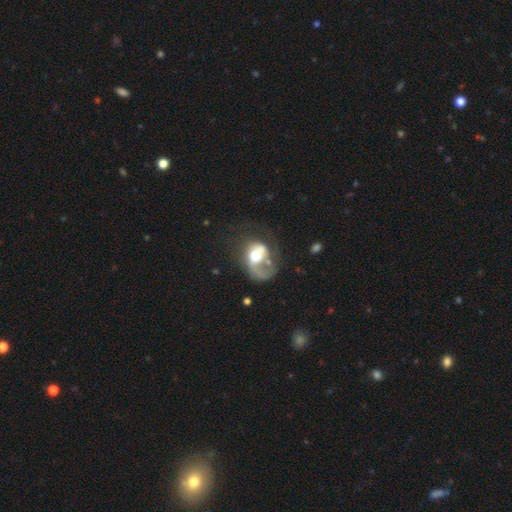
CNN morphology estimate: smooth_or_featured: featured or disk (p=0.67) [alt: smooth p=0.27]
disk_edge_on: no (p=0.97) [alt: yes p=0.03]
bar: no (p=0.73) [alt: weak p=0.22]
has_spiral_arms: yes (p=0.78) [alt: no p=0.22]
spiral_winding: loose (p=0.48) [alt: medium p=0.34]
spiral_arm_count: 1 (p=0.77) [alt: 2 p=0.13]
bulge_size: moderate (p=0.56) [alt: large p=0.31]
merging: major disturbance (p=0.48) [alt: none p=0.27]